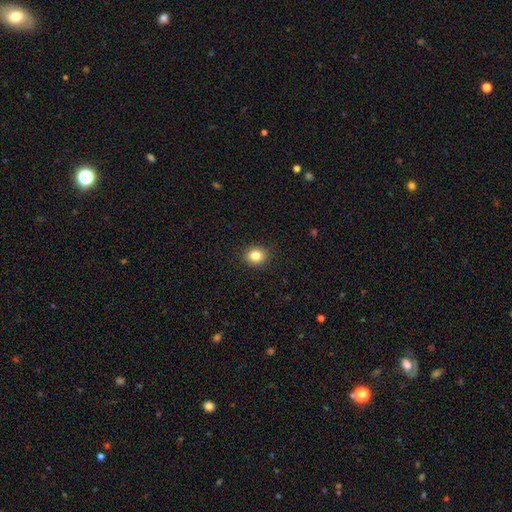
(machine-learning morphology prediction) A smooth galaxy with no disk features (83%) that is round (72%).

Vote fractions:
- Smooth or featured? smooth: 83% / star or artifact: 11% / featured or disk: 6%
- How rounded? round: 72% / in between: 28% / cigar-shaped: 1%
- Merging? none: 90% / minor disturbance: 7% / major disturbance: 2% / merger: 1%